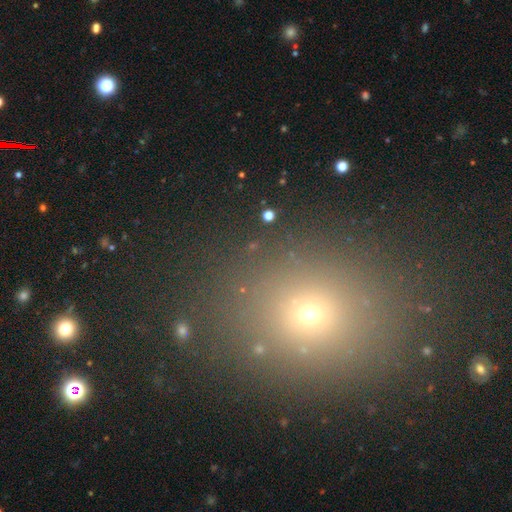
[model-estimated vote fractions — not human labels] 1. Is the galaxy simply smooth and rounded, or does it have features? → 60% smooth, 31% star or artifact, 10% featured or disk.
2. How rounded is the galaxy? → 52% round, 46% in between, 2% cigar-shaped.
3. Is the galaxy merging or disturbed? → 86% none, 8% minor disturbance, 4% major disturbance, 2% merger.